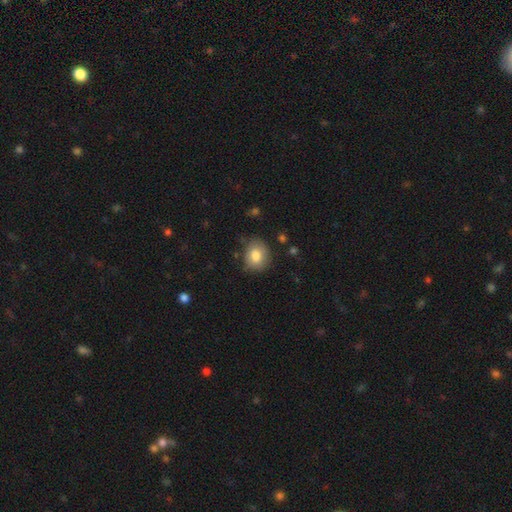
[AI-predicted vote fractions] Smooth or featured? Predicted: smooth (p=0.81). How rounded? Predicted: round (p=0.59). Merging? Predicted: none (p=0.75).